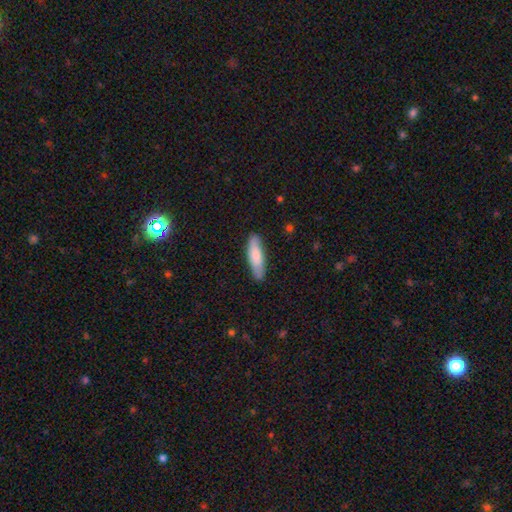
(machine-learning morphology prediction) A smooth galaxy with no disk features (80%) that is cigar-shaped (60%). Merging: none (86%).